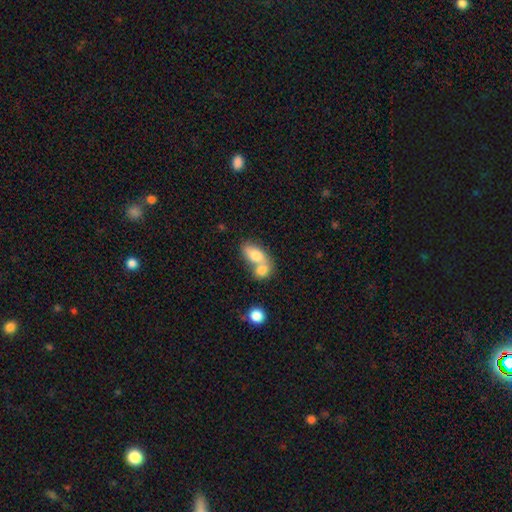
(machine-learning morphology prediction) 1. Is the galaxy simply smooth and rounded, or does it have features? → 76% smooth, 18% featured or disk, 7% star or artifact.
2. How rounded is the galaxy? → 83% in between, 12% round, 5% cigar-shaped.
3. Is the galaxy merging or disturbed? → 65% merger, 24% none, 7% minor disturbance, 3% major disturbance.